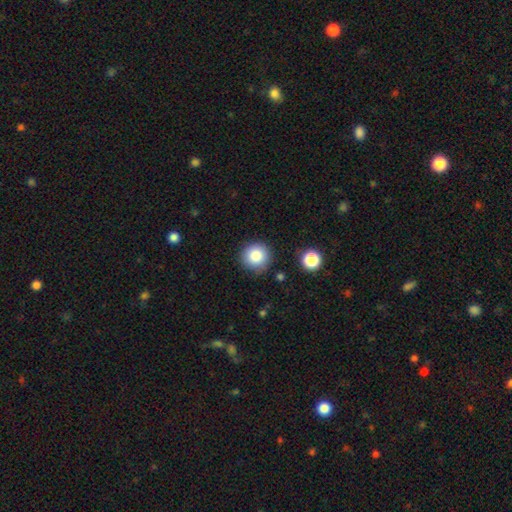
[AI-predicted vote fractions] Smooth or featured? smooth (84%)
How rounded? round (94%)
Merging? none (87%)